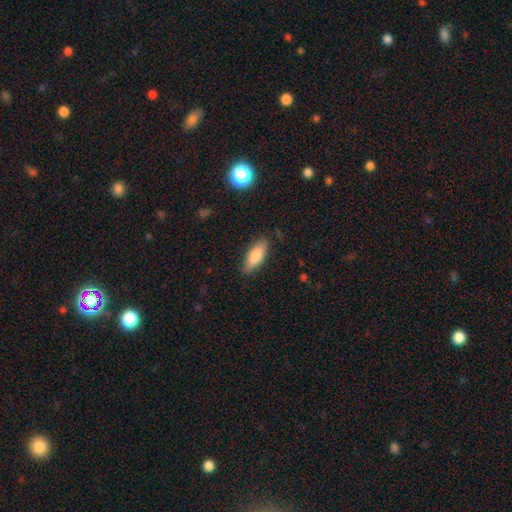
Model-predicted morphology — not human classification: smooth-or-featured: smooth: 82% | featured or disk: 12% | star or artifact: 6%
  how-rounded: in between: 66% | cigar-shaped: 32% | round: 2%
  merging: none: 84% | minor disturbance: 12% | major disturbance: 3% | merger: 1%